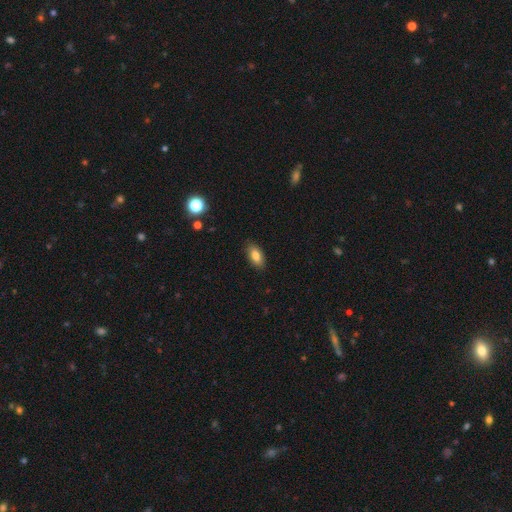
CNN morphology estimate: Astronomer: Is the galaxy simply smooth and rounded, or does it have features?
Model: smooth — 83%.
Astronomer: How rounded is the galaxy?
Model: in between — 90%.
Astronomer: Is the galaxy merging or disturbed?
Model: none — 87%.